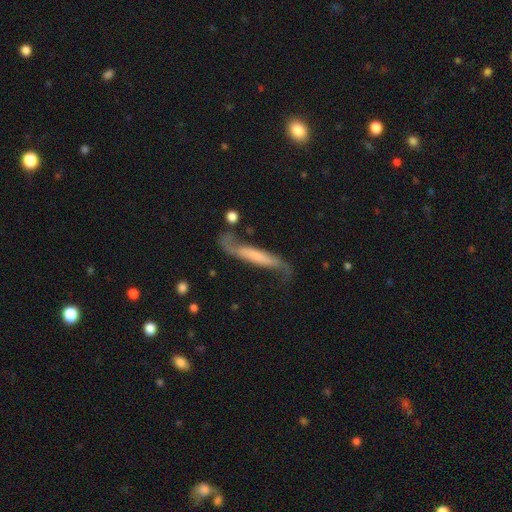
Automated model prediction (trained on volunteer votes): featured or disk 64%, smooth 28%, star or artifact 7%. Down the decision tree: edge-on disk — no (60%); merging — none (49%).